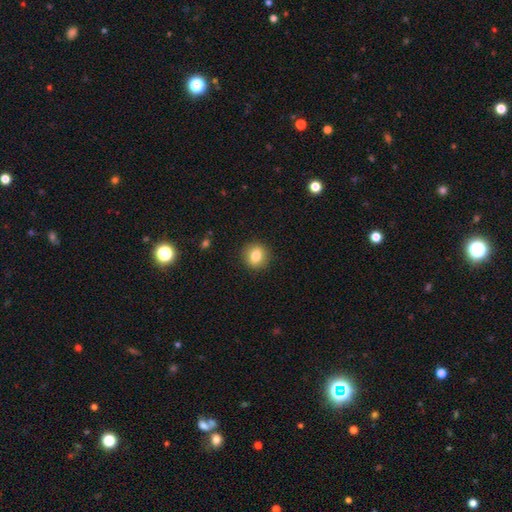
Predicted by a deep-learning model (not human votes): This is clearly a smooth galaxy (80%). How rounded: clearly round (83%). Merging: clearly none (90%).